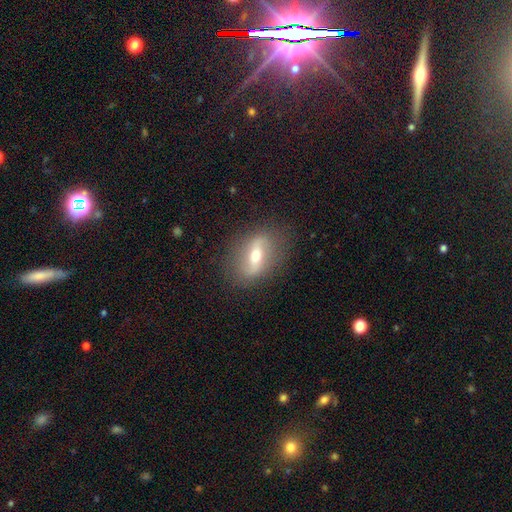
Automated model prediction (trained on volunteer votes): The model was most divided on "smooth or featured": featured or disk: 59%, smooth: 28%, star or artifact: 12%. More confident: merging — none (84%); edge-on disk — no (73%).